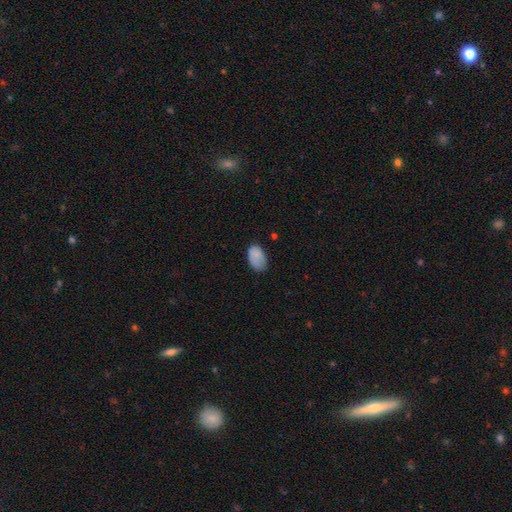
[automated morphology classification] This appears to be a smooth galaxy with no disk features (85%) that is in between round and cigar-shaped (92%). Merging: none (66%).